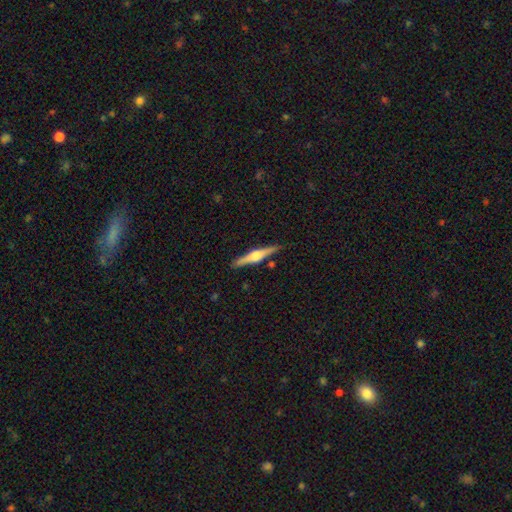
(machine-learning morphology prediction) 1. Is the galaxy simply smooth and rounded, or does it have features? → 73% featured or disk, 22% smooth, 6% star or artifact.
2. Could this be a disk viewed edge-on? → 98% yes, 2% no.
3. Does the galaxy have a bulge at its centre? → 89% rounded, 9% boxy, 3% none.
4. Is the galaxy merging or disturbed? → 89% none, 8% minor disturbance, 2% merger, 2% major disturbance.